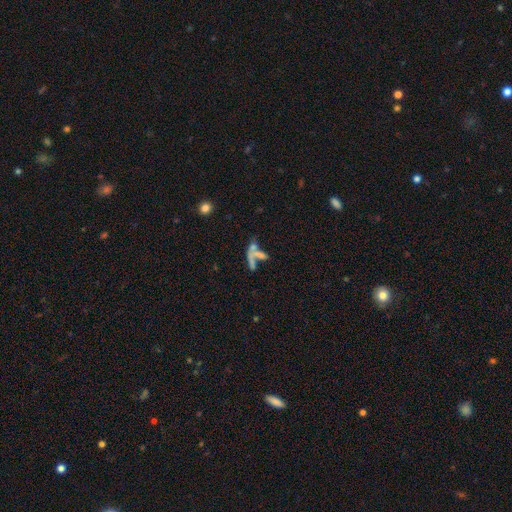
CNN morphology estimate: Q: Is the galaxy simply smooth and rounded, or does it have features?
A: smooth — 46%.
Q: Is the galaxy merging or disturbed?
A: merger — 54%.